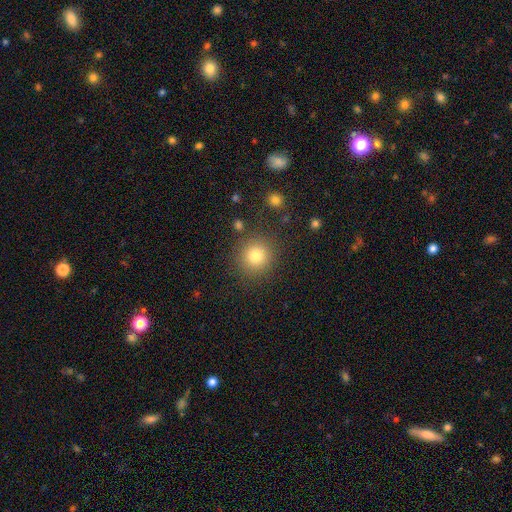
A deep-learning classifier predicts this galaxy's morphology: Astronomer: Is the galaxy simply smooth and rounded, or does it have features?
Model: smooth — 81%.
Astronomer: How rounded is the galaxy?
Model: round — 92%.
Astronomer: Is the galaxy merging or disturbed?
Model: none — 85%.